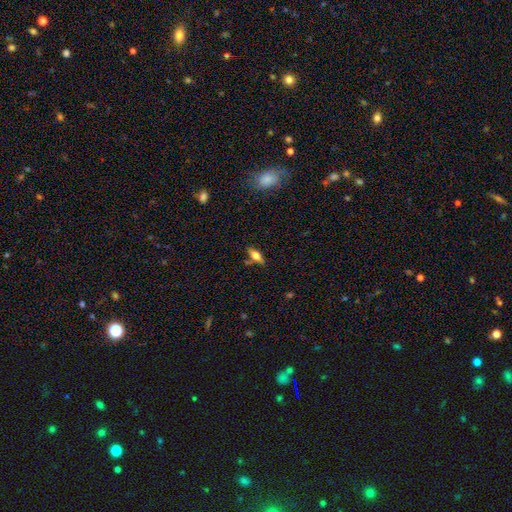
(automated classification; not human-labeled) Q: Smooth or featured?
A: smooth (57%); runner-up: featured or disk (34%)
Q: How rounded?
A: in between (68%); runner-up: cigar-shaped (28%)
Q: Merging?
A: none (74%); runner-up: minor disturbance (14%)